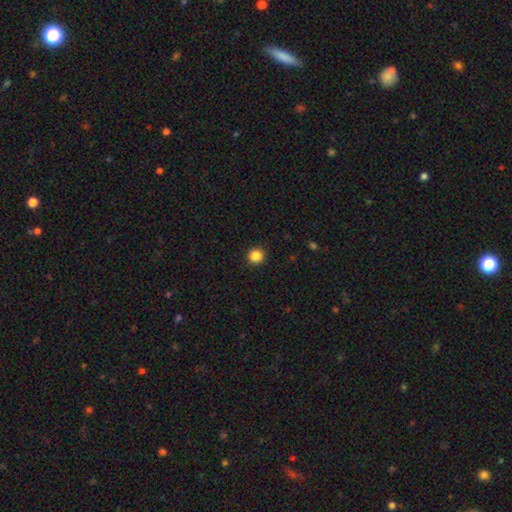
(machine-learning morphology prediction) Smooth or featured? Predicted: smooth (p=0.87). How rounded? Predicted: round (p=0.95). Merging? Predicted: none (p=0.93).